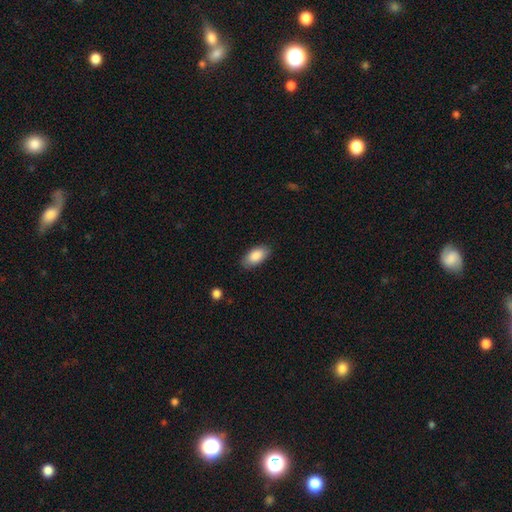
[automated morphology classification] Smooth or featured: smooth — 87% (featured or disk — 6%)
How rounded: in between — 93% (cigar-shaped — 4%)
Merging: none — 84% (minor disturbance — 12%)